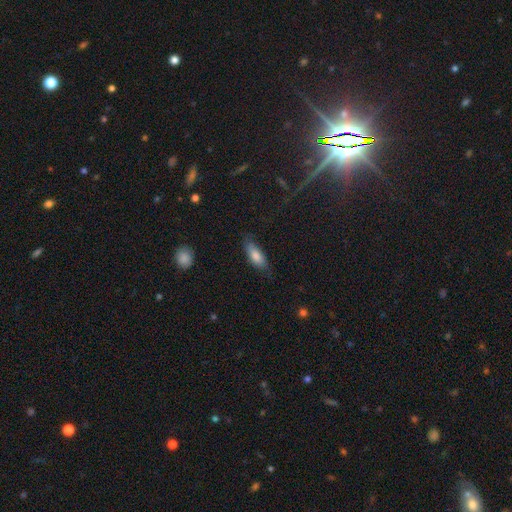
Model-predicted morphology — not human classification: Smooth or featured: smooth — 79% (featured or disk — 14%)
How rounded: in between — 69% (cigar-shaped — 29%)
Merging: none — 71% (minor disturbance — 22%)